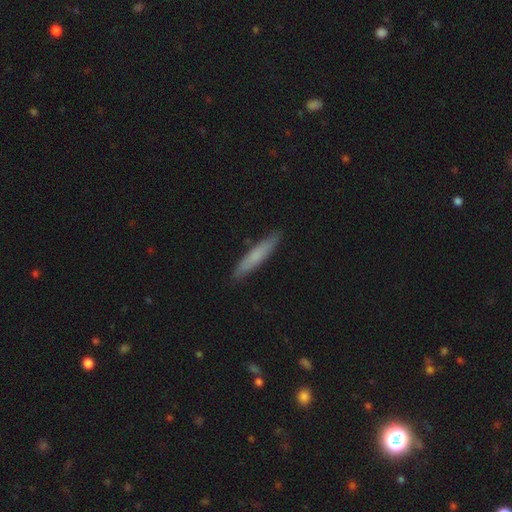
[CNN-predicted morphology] smooth-or-featured: smooth: 69% | featured or disk: 25% | star or artifact: 6%
  how-rounded: cigar-shaped: 92% | in between: 6% | round: 1%
  merging: none: 89% | minor disturbance: 8% | major disturbance: 2% | merger: 1%